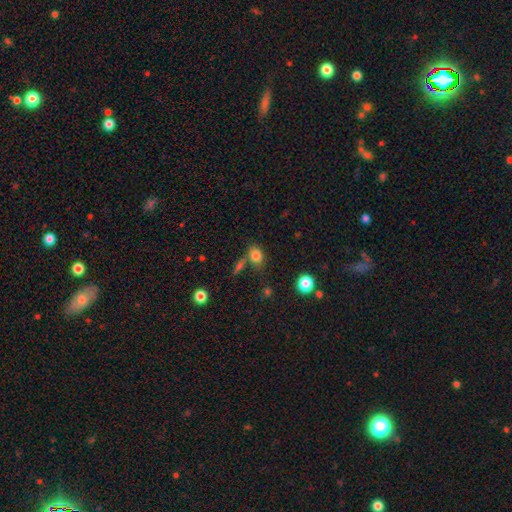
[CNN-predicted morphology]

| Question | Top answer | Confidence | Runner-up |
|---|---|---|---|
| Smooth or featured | smooth | 81% | star or artifact (12%) |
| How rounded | in between | 63% | round (35%) |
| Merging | none | 61% | merger (18%) |